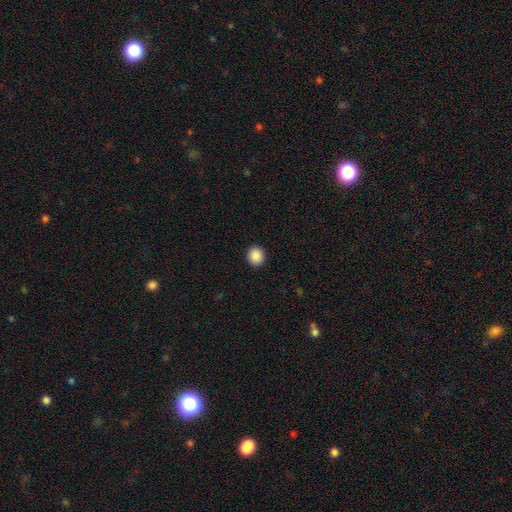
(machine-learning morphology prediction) Smooth or featured?
  - smooth: 89% *
  - star or artifact: 8%
  - featured or disk: 2%
How rounded?
  - round: 84% *
  - in between: 16%
  - cigar-shaped: 1%
Merging?
  - none: 92% *
  - minor disturbance: 5%
  - major disturbance: 2%
  - merger: 1%